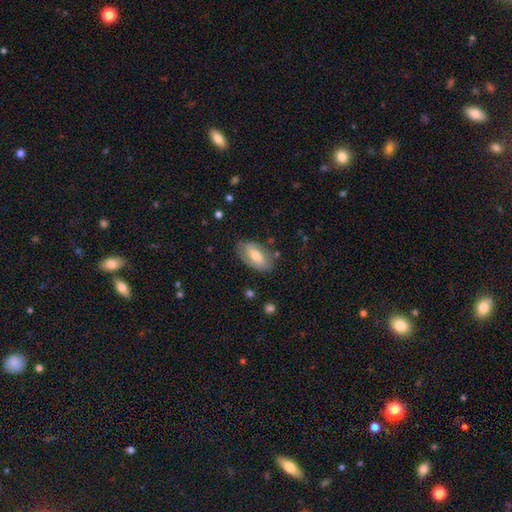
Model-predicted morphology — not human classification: Smooth or featured? smooth (52%)
How rounded? in between (91%)
Merging? none (73%)